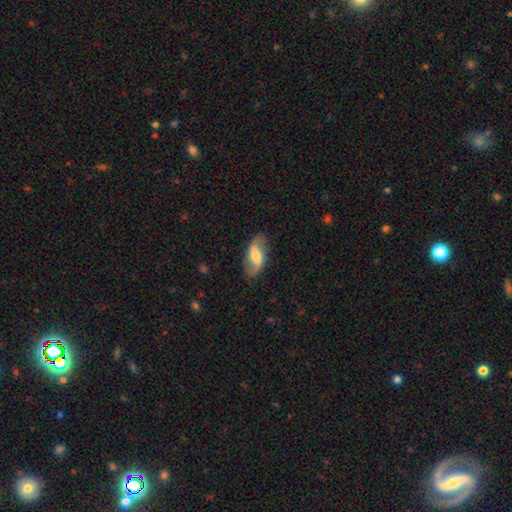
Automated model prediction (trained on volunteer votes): A featured or disk galaxy (58%) with a weak bar (41%), spiral arms (81%) and a moderate central bulge (42%).

Vote fractions:
- Smooth or featured? featured or disk: 58% / smooth: 35% / star or artifact: 7%
- Edge-on disk? no: 90% / yes: 10%
- Bar? weak: 41% / strong: 38% / no: 21%
- Spiral arms? yes: 81% / no: 19%
- Bulge size? moderate: 42% / large: 25% / small: 20% / none: 9% / dominant: 3%
- Merging? none: 79% / minor disturbance: 15% / major disturbance: 5% / merger: 1%